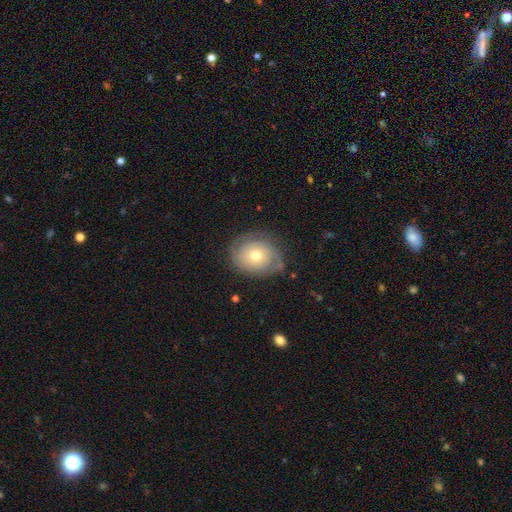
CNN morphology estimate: Overall: featured or disk (46%, tied with smooth). Merging: none (70%).